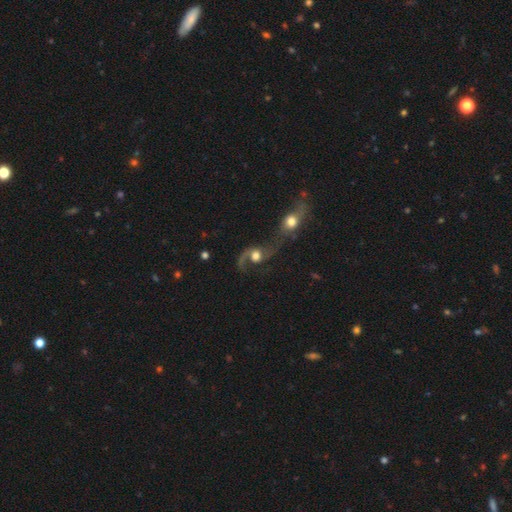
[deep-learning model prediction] A featured or disk galaxy (69%) with no bar (72%), 2 (68%) loose (67%) spiral arms (89%) and a moderate central bulge (43%). Merging: merger (50%).